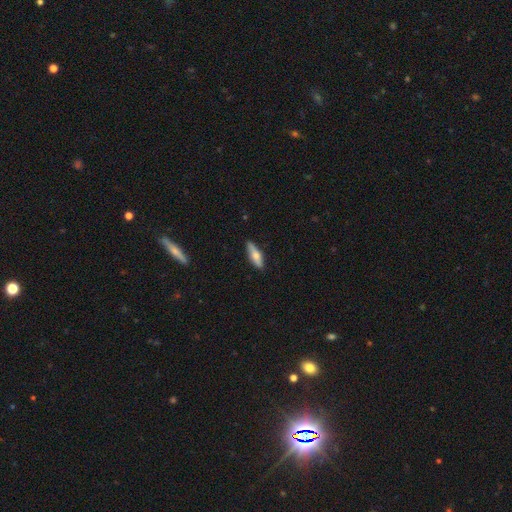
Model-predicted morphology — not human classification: smooth 63%, featured or disk 31%, star or artifact 6%. Down the decision tree: how rounded — cigar-shaped (54%); merging — none (86%).